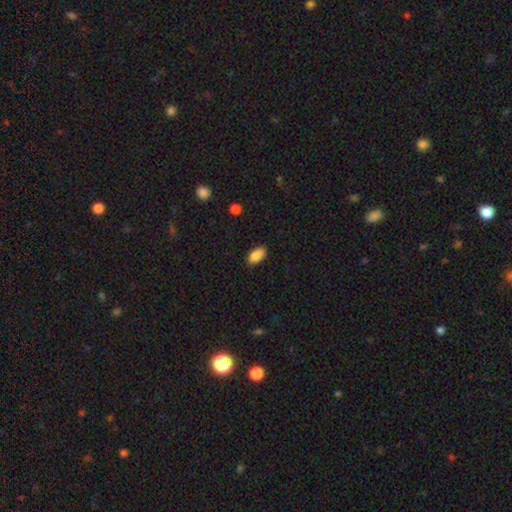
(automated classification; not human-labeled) Overall: smooth (86%). How rounded: in between (93%). Merging: none (84%).